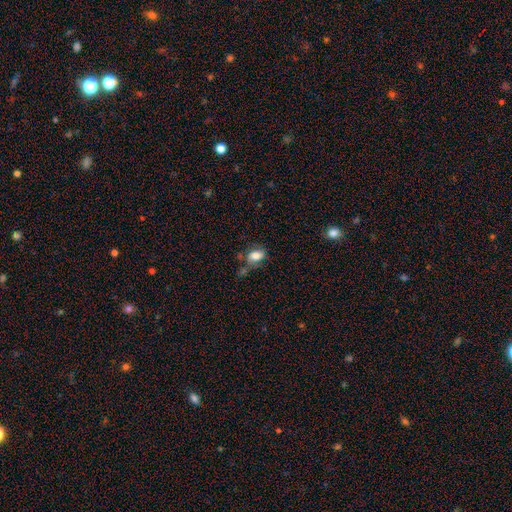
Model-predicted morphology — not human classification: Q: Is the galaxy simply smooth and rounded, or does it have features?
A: smooth — 74%.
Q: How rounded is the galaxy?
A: in between — 79%.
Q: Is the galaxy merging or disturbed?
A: none — 44%.